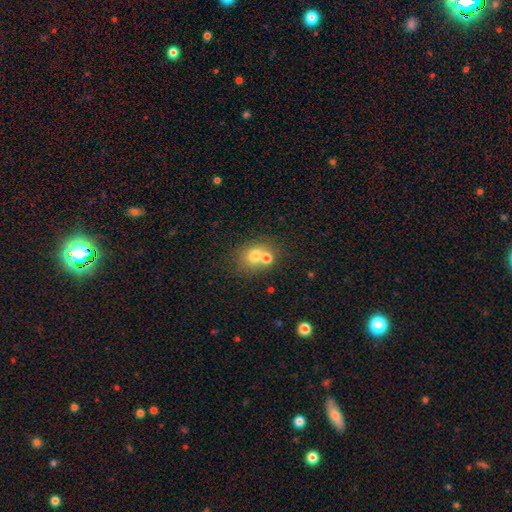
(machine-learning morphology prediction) Smooth or featured?
  - smooth: 71% *
  - featured or disk: 17%
  - star or artifact: 12%
How rounded?
  - round: 66% *
  - in between: 34%
  - cigar-shaped: 1%
Merging?
  - merger: 47% *
  - none: 42%
  - minor disturbance: 8%
  - major disturbance: 3%